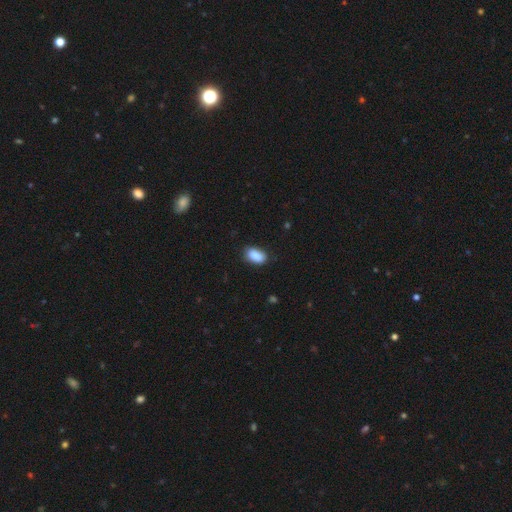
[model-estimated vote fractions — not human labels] Smooth or featured?
  - smooth: 89% *
  - star or artifact: 7%
  - featured or disk: 4%
How rounded?
  - in between: 91% *
  - round: 7%
  - cigar-shaped: 2%
Merging?
  - none: 80% *
  - minor disturbance: 16%
  - major disturbance: 3%
  - merger: 1%